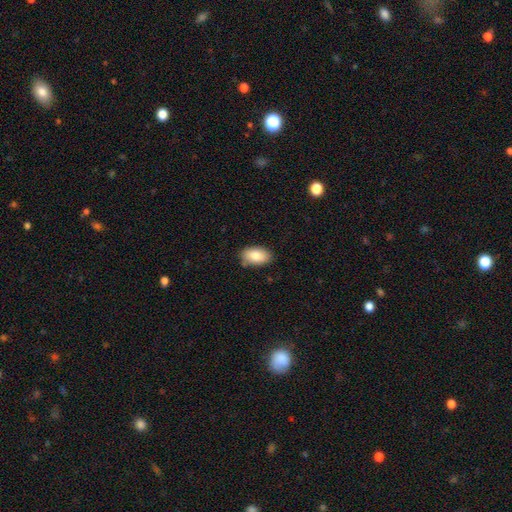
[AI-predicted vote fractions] Smooth or featured?
  - smooth: 84% *
  - featured or disk: 9%
  - star or artifact: 7%
How rounded?
  - in between: 92% *
  - round: 6%
  - cigar-shaped: 2%
Merging?
  - none: 80% *
  - minor disturbance: 16%
  - major disturbance: 3%
  - merger: 2%